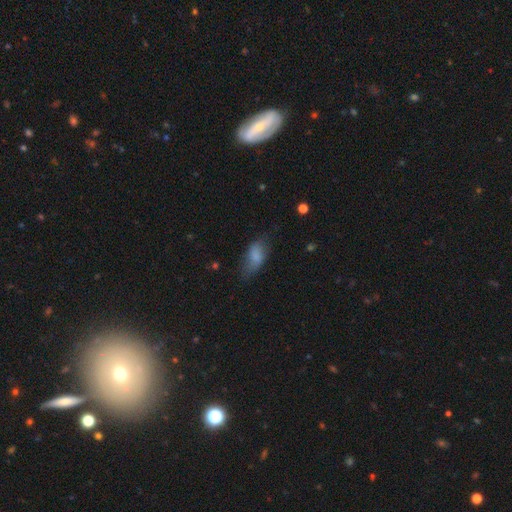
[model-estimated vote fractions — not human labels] The model was most divided on "merging": none: 49%, minor disturbance: 33%, major disturbance: 16%, merger: 2%. More confident: how rounded — in between (88%); smooth or featured — smooth (78%).